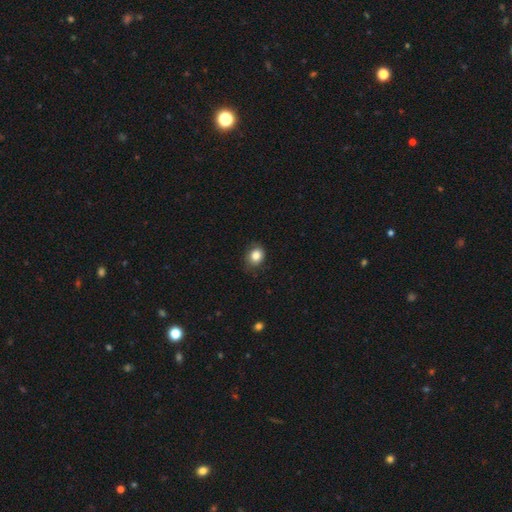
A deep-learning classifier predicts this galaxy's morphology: Smooth or featured? Predicted: smooth (p=0.84). How rounded? Predicted: round (p=0.57). Merging? Predicted: none (p=0.75).